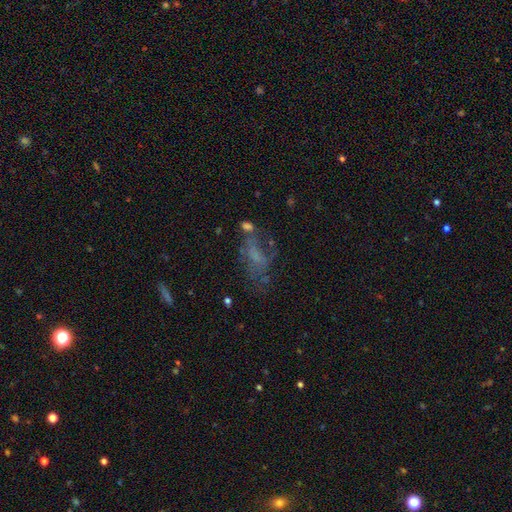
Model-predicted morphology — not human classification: Smooth or featured? featured or disk (47%)
Merging? none (38%)